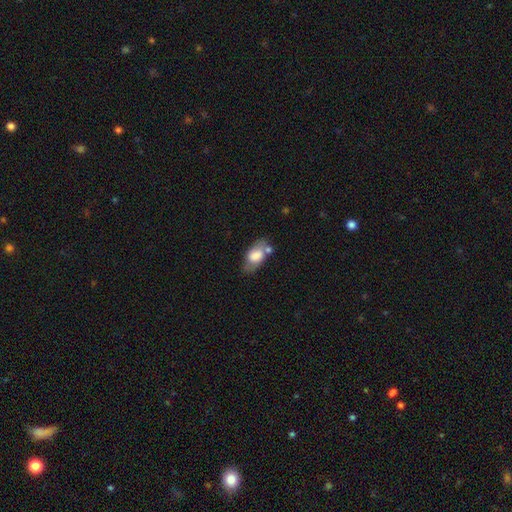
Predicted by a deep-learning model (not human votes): smooth-or-featured: smooth: 68% | featured or disk: 26% | star or artifact: 7%
  how-rounded: in between: 90% | round: 6% | cigar-shaped: 4%
  merging: none: 57% | minor disturbance: 21% | merger: 14% | major disturbance: 7%